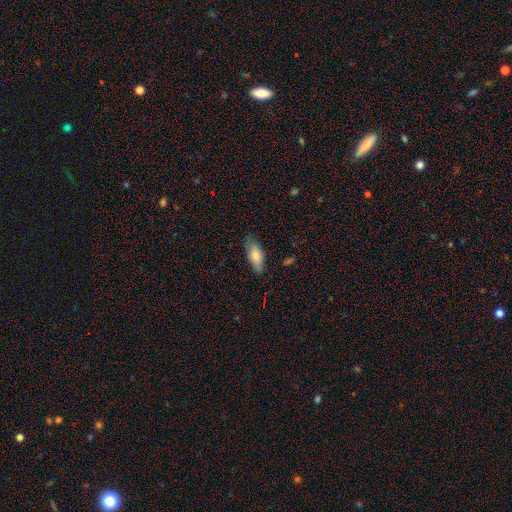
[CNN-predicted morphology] smooth_or_featured: smooth (p=0.77) [alt: featured or disk p=0.16]
how_rounded: in between (p=0.75) [alt: cigar-shaped p=0.23]
merging: none (p=0.76) [alt: minor disturbance p=0.19]